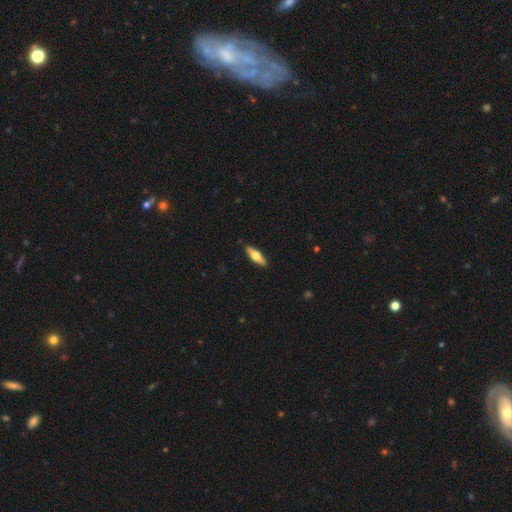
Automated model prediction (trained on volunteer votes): This appears to be a smooth galaxy with no disk features (49%). Merging: none (90%).